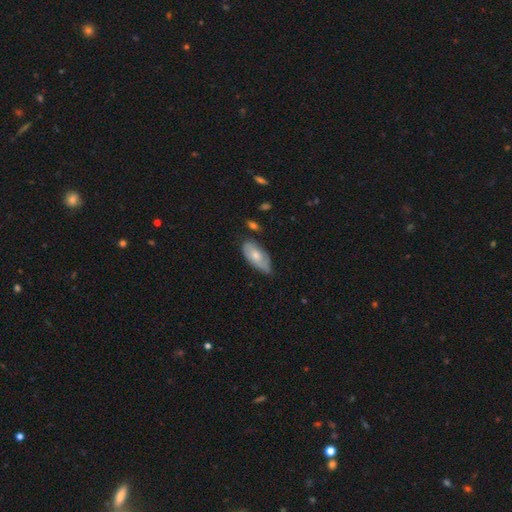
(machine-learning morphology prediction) Smooth or featured?
  - smooth: 58% *
  - featured or disk: 36%
  - star or artifact: 6%
How rounded?
  - in between: 90% *
  - cigar-shaped: 7%
  - round: 3%
Merging?
  - none: 54% *
  - minor disturbance: 36%
  - major disturbance: 7%
  - merger: 3%